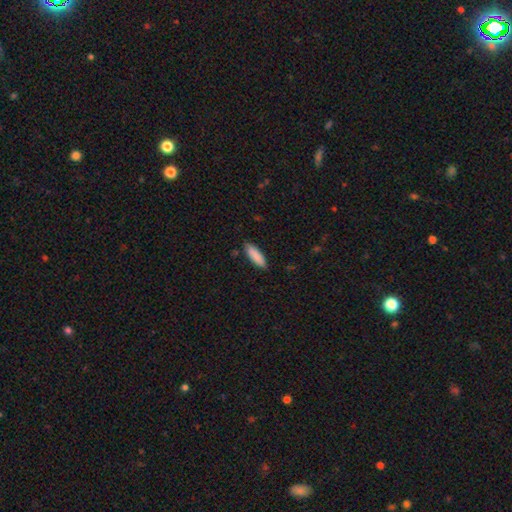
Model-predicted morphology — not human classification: Smooth or featured? smooth (88%)
How rounded? in between (53%)
Merging? none (84%)